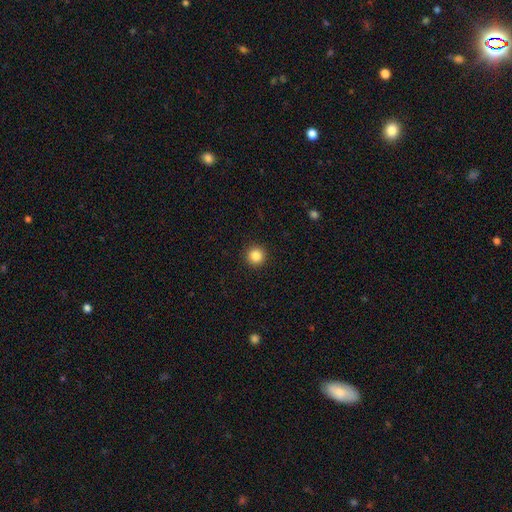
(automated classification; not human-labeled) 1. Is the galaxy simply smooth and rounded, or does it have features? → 85% smooth, 10% star or artifact, 4% featured or disk.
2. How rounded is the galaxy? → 96% round, 4% in between, 1% cigar-shaped.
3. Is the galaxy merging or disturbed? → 93% none, 4% minor disturbance, 2% major disturbance, 1% merger.